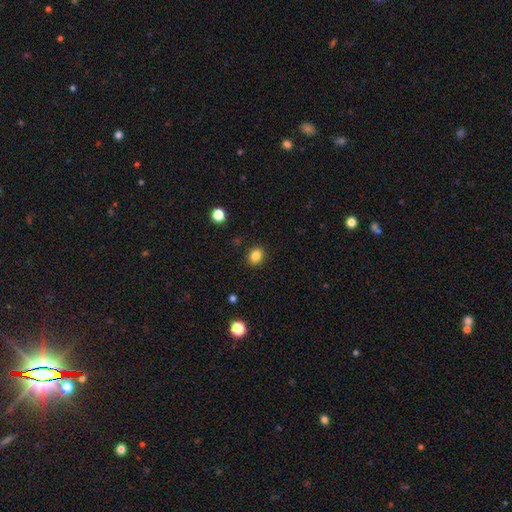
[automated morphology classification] Smooth or featured? smooth (84%)
How rounded? round (68%)
Merging? none (90%)